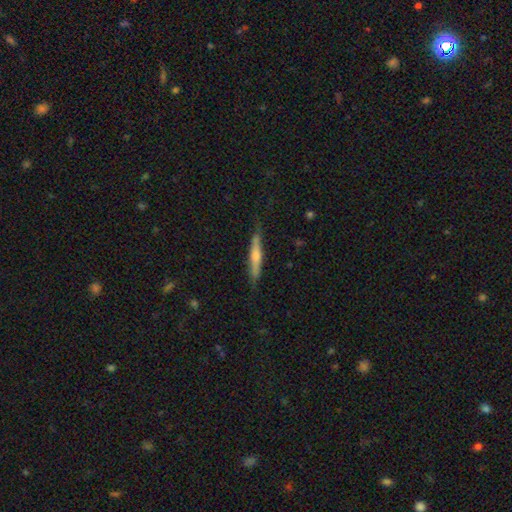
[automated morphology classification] Q: Smooth or featured?
A: smooth (49%); runner-up: featured or disk (46%)
Q: Merging?
A: none (79%); runner-up: minor disturbance (16%)